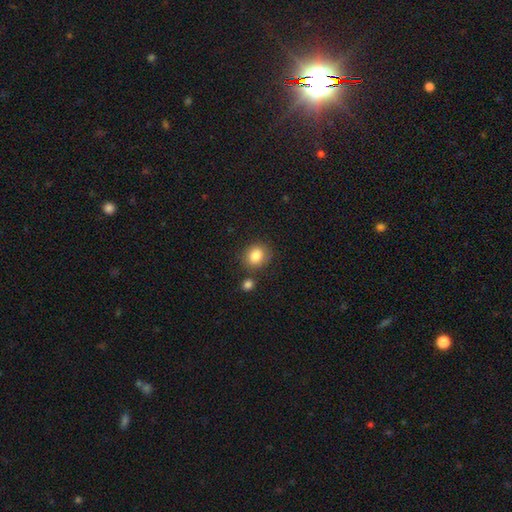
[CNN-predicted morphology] Smooth or featured?
  - smooth: 85% *
  - star or artifact: 9%
  - featured or disk: 6%
How rounded?
  - round: 70% *
  - in between: 29%
  - cigar-shaped: 1%
Merging?
  - none: 78% *
  - minor disturbance: 11%
  - merger: 8%
  - major disturbance: 3%